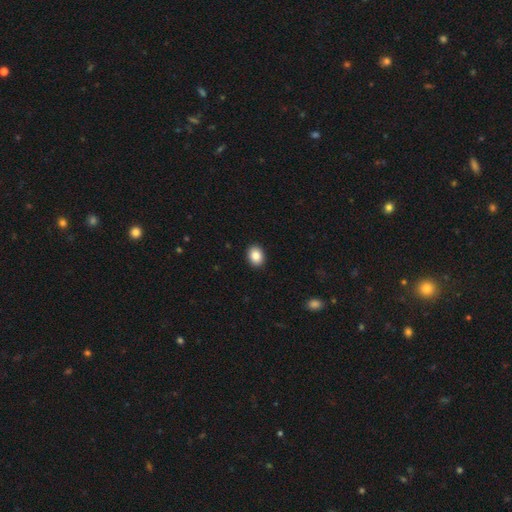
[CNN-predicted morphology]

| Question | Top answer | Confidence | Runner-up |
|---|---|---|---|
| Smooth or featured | smooth | 86% | star or artifact (8%) |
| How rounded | in between | 61% | round (38%) |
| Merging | none | 91% | minor disturbance (6%) |